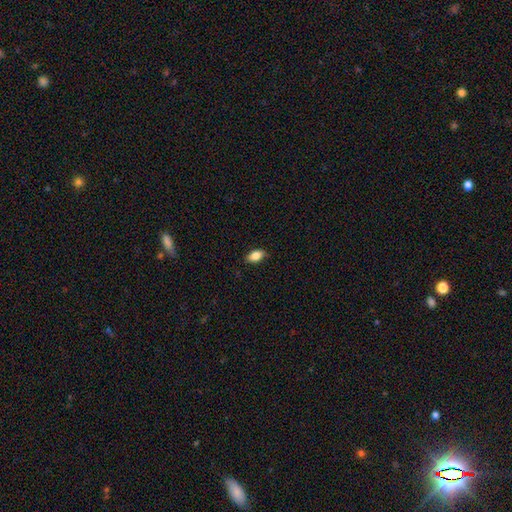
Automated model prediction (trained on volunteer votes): smooth 84%, featured or disk 8%, star or artifact 8%. Down the decision tree: how rounded — in between (89%); merging — none (84%).